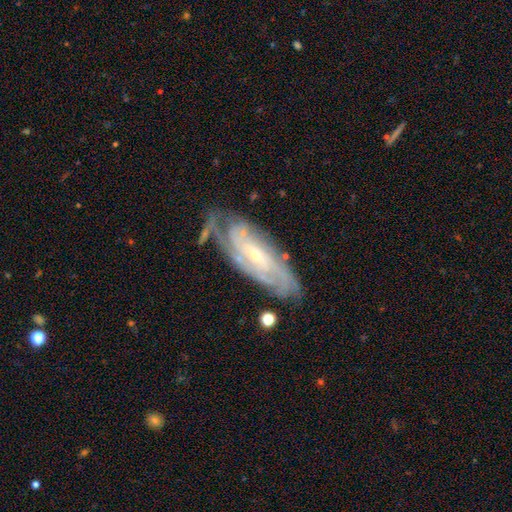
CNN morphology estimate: Smooth or featured: featured or disk — 84% (smooth — 10%)
Edge-on disk: no — 88% (yes — 12%)
Bar: no — 61% (weak — 28%)
Spiral arms: yes — 94% (no — 6%)
Spiral winding: tight — 70% (medium — 24%)
Spiral arm count: can't tell — 42% (4 — 16%)
Bulge size: small — 74% (moderate — 22%)
Merging: none — 67% (minor disturbance — 22%)